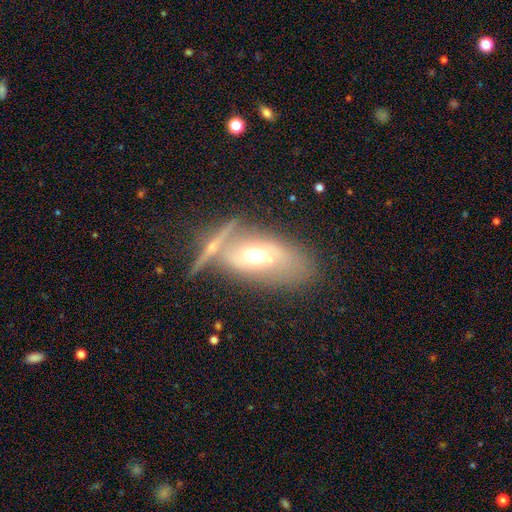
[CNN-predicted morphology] Smooth or featured: featured or disk — 45% (smooth — 44%)
Merging: none — 47% (merger — 29%)